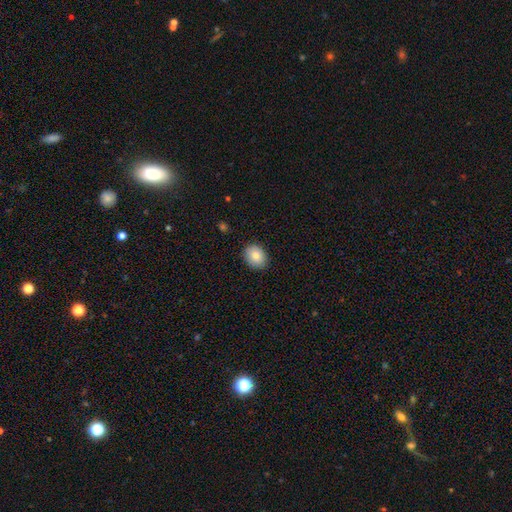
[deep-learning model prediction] Smooth or featured: smooth — 83% (featured or disk — 9%)
How rounded: in between — 53% (round — 46%)
Merging: none — 87% (minor disturbance — 10%)